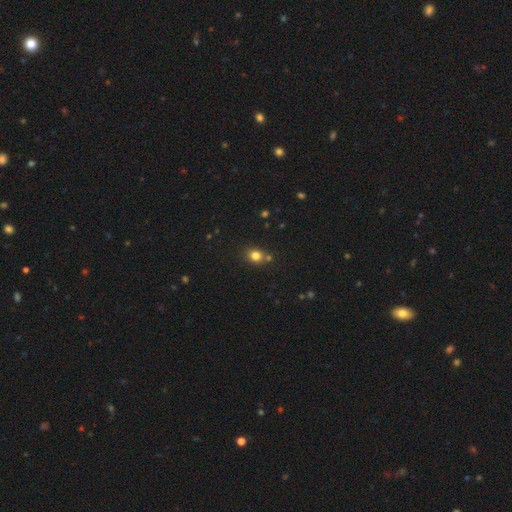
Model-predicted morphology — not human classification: A smooth galaxy with no disk features (80%) that is round (70%).

Vote fractions:
- Smooth or featured? smooth: 80% / star or artifact: 14% / featured or disk: 6%
- How rounded? round: 70% / in between: 29% / cigar-shaped: 1%
- Merging? none: 74% / merger: 12% / minor disturbance: 11% / major disturbance: 3%